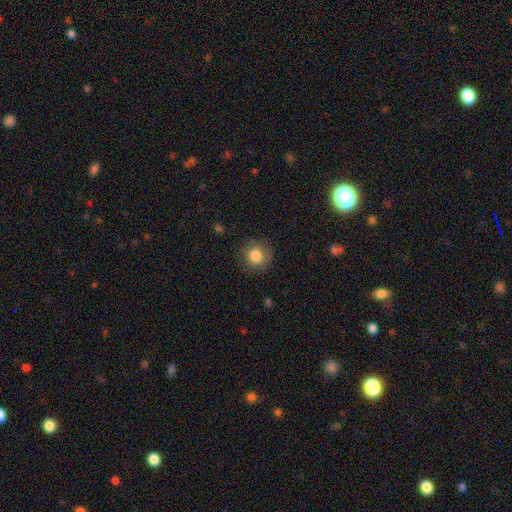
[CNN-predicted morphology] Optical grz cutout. It shows a smooth galaxy with no disk features (82%) that is round (92%). Merging: none (83%).